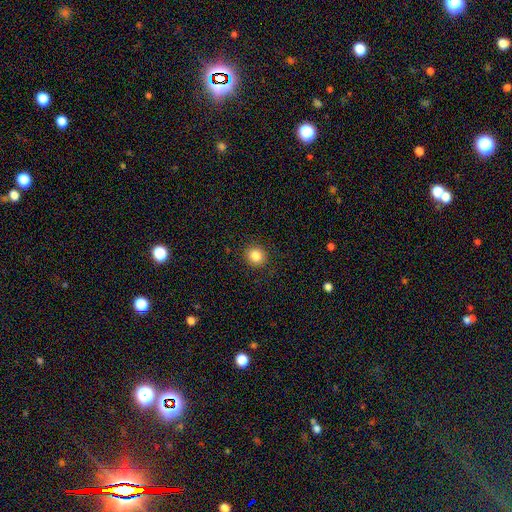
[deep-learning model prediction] Smooth or featured? Predicted: smooth (p=0.85). How rounded? Predicted: round (p=0.88). Merging? Predicted: none (p=0.91).